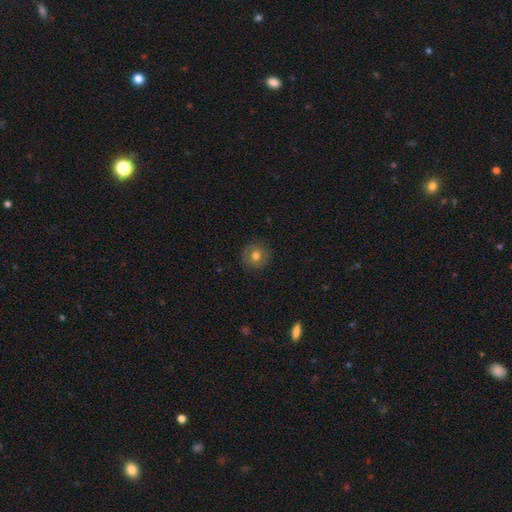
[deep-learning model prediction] smooth_or_featured: smooth (p=0.73) [alt: featured or disk p=0.16]
how_rounded: round (p=0.93) [alt: in between p=0.06]
merging: none (p=0.89) [alt: minor disturbance p=0.08]